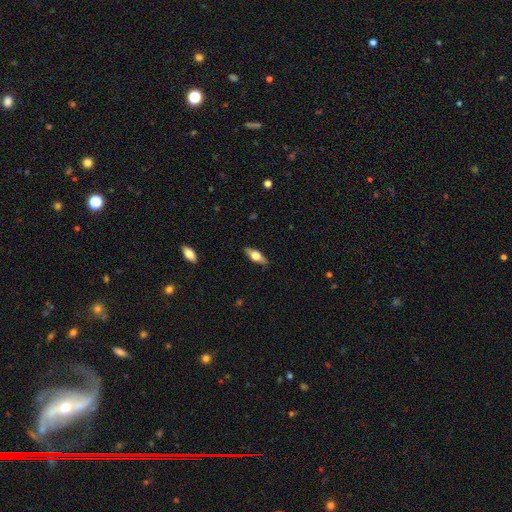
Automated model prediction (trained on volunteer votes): Smooth or featured? featured or disk (49%)
Merging? none (86%)